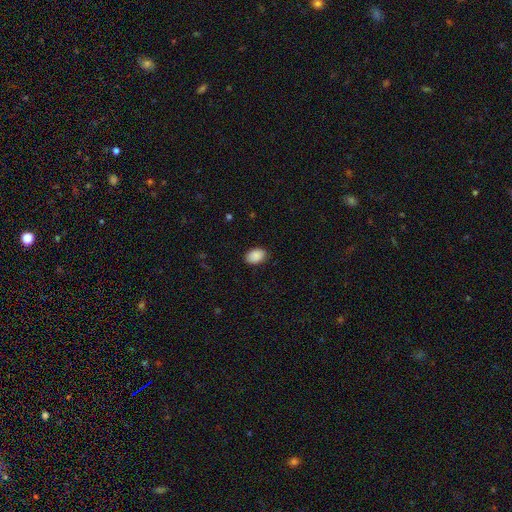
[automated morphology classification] smooth_or_featured: smooth (p=0.90) [alt: star or artifact p=0.07]
how_rounded: in between (p=0.86) [alt: round p=0.13]
merging: none (p=0.85) [alt: minor disturbance p=0.12]